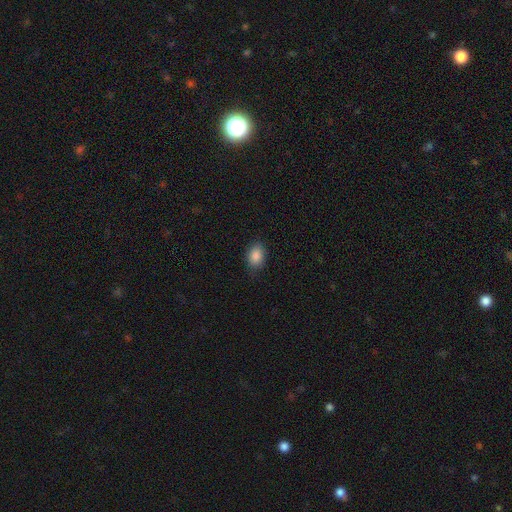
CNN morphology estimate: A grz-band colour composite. It shows a smooth galaxy with no disk features (87%) that is in between round and cigar-shaped (79%). Merging: none (83%).